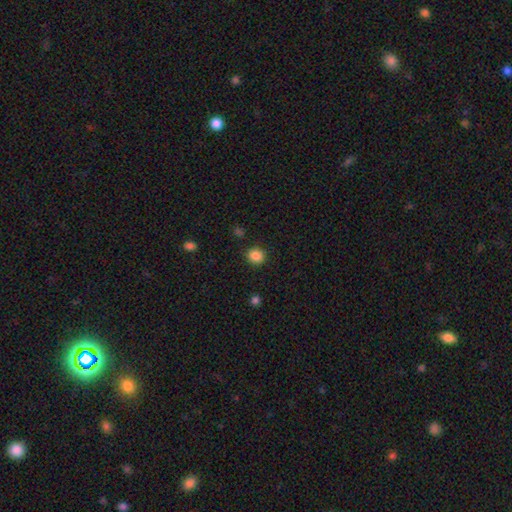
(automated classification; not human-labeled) Overall: smooth (86%). How rounded: round (85%). Merging: none (89%).